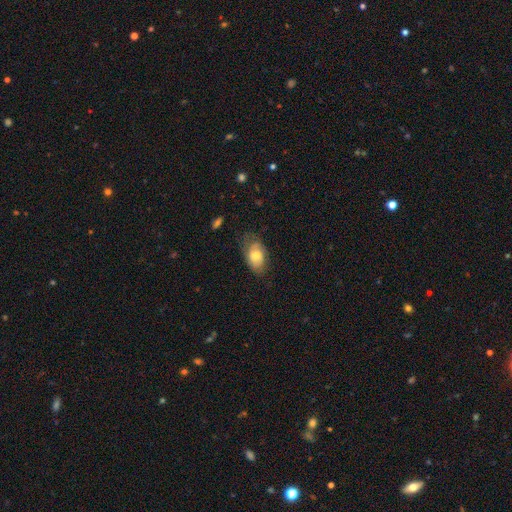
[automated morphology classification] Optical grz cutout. It shows a smooth galaxy with no disk features (57%) that is in between round and cigar-shaped (88%). Merging: none (61%).